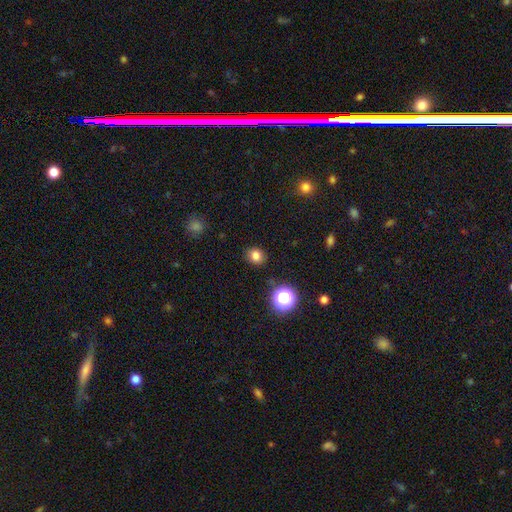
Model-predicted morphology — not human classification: Smooth or featured? smooth (80%)
How rounded? round (71%)
Merging? none (88%)